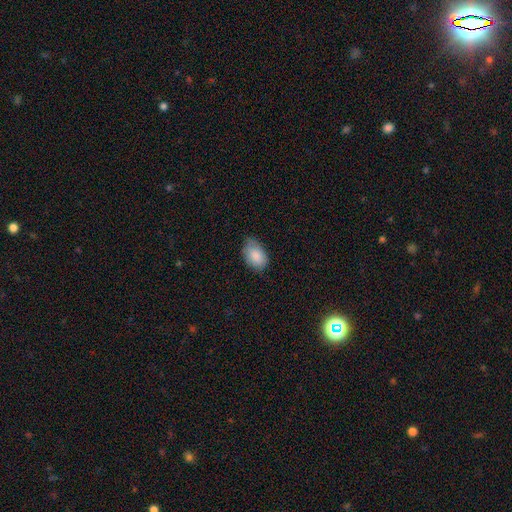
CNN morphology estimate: Smooth or featured? Predicted: smooth (p=0.86). How rounded? Predicted: in between (p=0.89). Merging? Predicted: none (p=0.66).